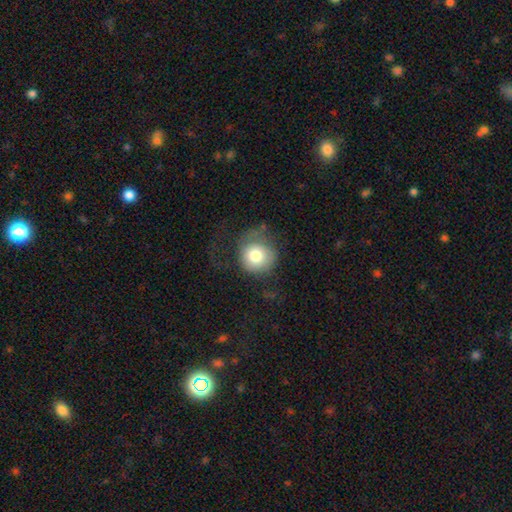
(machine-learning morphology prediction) A smooth galaxy with no disk features (75%) that is round (90%).

Vote fractions:
- Smooth or featured? smooth: 75% / featured or disk: 16% / star or artifact: 9%
- How rounded? round: 90% / in between: 9% / cigar-shaped: 1%
- Merging? none: 51% / major disturbance: 25% / minor disturbance: 22% / merger: 2%